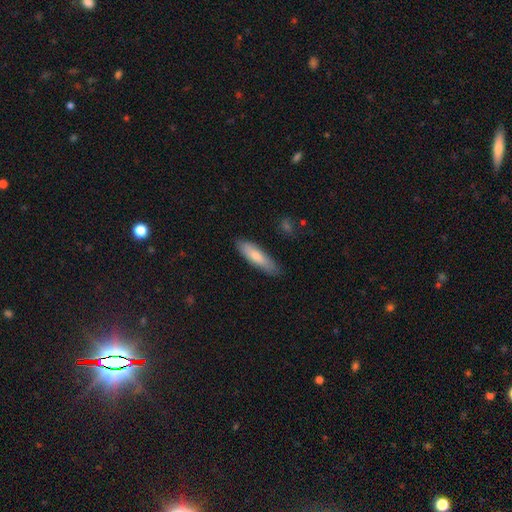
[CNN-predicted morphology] type=smooth (75%); roundness=cigar-shaped (62%); merging=none (82%).